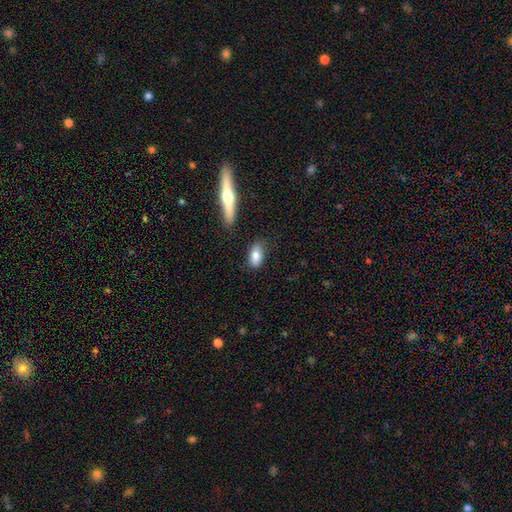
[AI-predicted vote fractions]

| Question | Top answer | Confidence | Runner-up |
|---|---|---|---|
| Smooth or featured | smooth | 81% | featured or disk (12%) |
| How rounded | in between | 87% | cigar-shaped (8%) |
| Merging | none | 77% | minor disturbance (16%) |